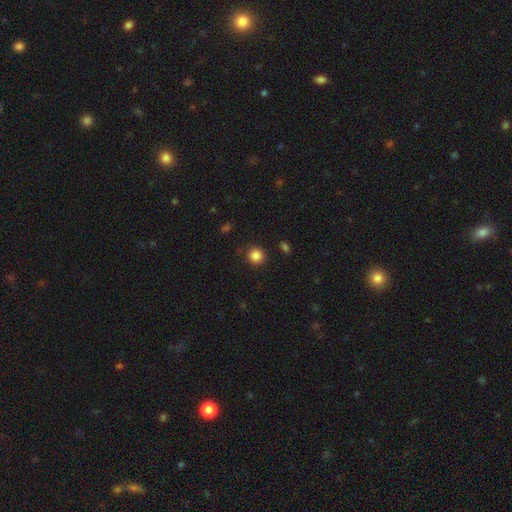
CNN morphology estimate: Smooth or featured: smooth — 85% (star or artifact — 11%)
How rounded: round — 93% (in between — 6%)
Merging: none — 88% (minor disturbance — 7%)